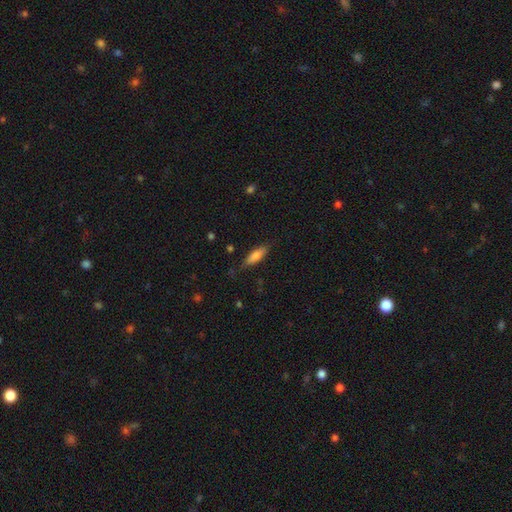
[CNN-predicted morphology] A smooth galaxy with no disk features (75%) that is in between round and cigar-shaped (50%).

Vote fractions:
- Smooth or featured? smooth: 75% / featured or disk: 18% / star or artifact: 7%
- How rounded? in between: 50% / cigar-shaped: 48% / round: 2%
- Merging? none: 78% / minor disturbance: 17% / major disturbance: 4% / merger: 2%